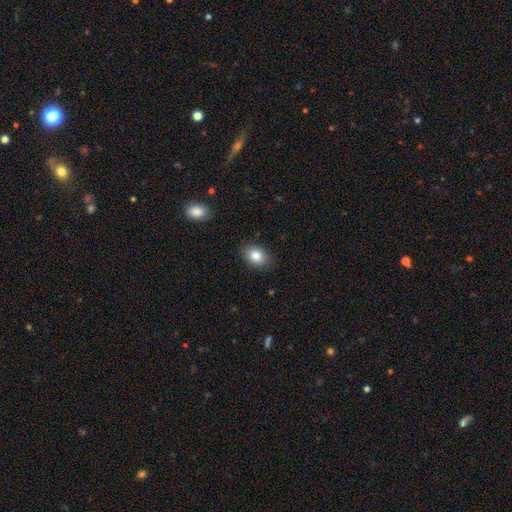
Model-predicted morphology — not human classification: A smooth galaxy with no disk features (83%) that is in between round and cigar-shaped (77%).

Vote fractions:
- Smooth or featured? smooth: 83% / star or artifact: 9% / featured or disk: 8%
- How rounded? in between: 77% / round: 22% / cigar-shaped: 1%
- Merging? none: 87% / minor disturbance: 10% / major disturbance: 2% / merger: 1%